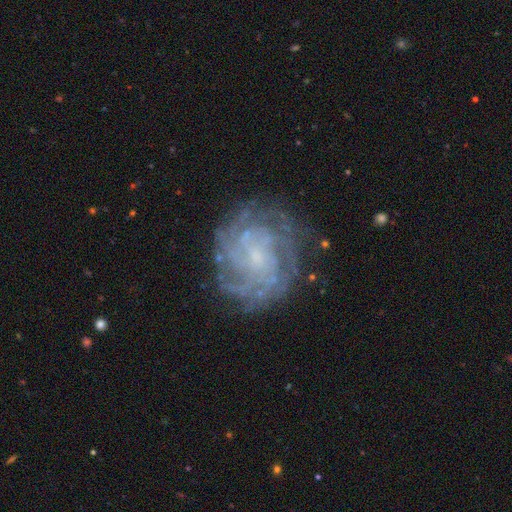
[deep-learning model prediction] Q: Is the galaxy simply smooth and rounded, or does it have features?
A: featured or disk — 84%.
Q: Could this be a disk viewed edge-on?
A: no — 98%.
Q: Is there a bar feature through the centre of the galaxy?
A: no — 63%.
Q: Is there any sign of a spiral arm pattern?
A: yes — 96%.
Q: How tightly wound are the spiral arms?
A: tight — 72%.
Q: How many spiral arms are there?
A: can't tell — 34%.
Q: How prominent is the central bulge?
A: small — 68%.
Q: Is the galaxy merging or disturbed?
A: none — 78%.